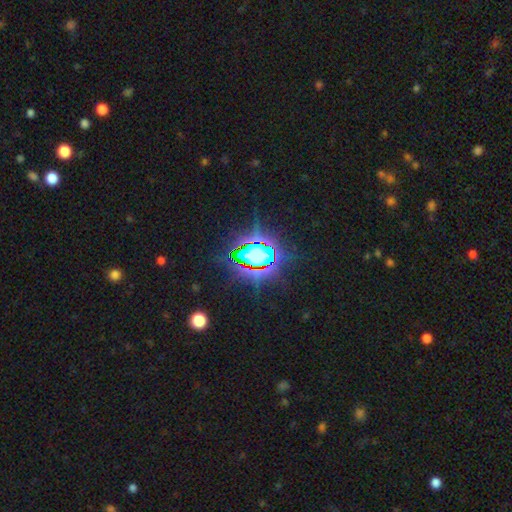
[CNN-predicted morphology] This appears to be a star or artifact, not a galaxy (74%).